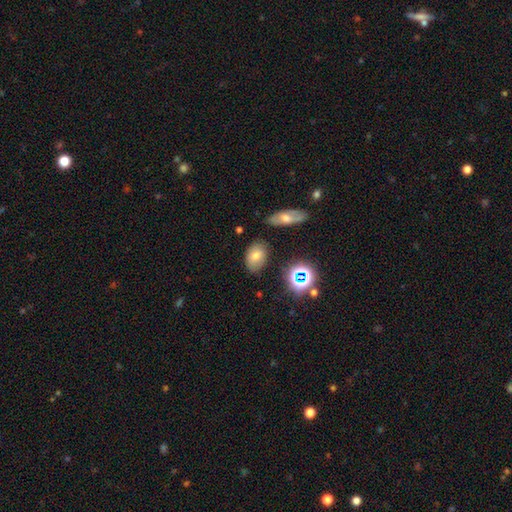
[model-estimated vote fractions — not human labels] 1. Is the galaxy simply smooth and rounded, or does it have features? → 72% smooth, 14% featured or disk, 14% star or artifact.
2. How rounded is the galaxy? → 83% in between, 15% round, 1% cigar-shaped.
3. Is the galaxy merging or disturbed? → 77% none, 15% minor disturbance, 4% major disturbance, 4% merger.